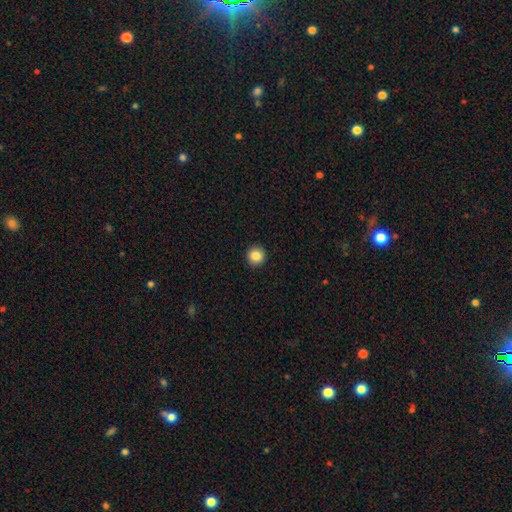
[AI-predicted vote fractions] The model was most divided on "smooth or featured": smooth: 86%, star or artifact: 9%, featured or disk: 5%. More confident: merging — none (93%); how rounded — round (93%).